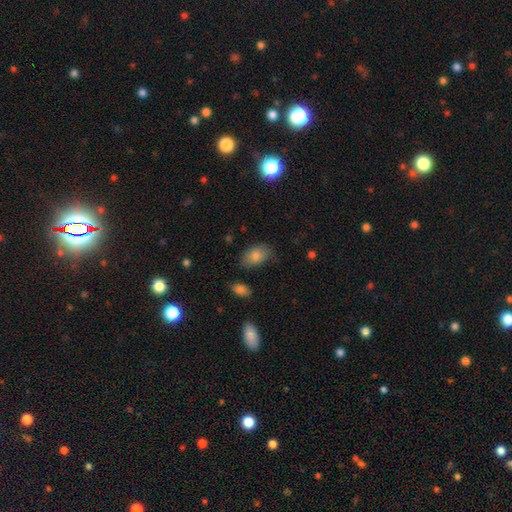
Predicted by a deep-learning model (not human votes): smooth-or-featured: smooth: 82% | featured or disk: 10% | star or artifact: 8%
  how-rounded: in between: 90% | round: 8% | cigar-shaped: 1%
  merging: none: 75% | minor disturbance: 19% | major disturbance: 4% | merger: 2%